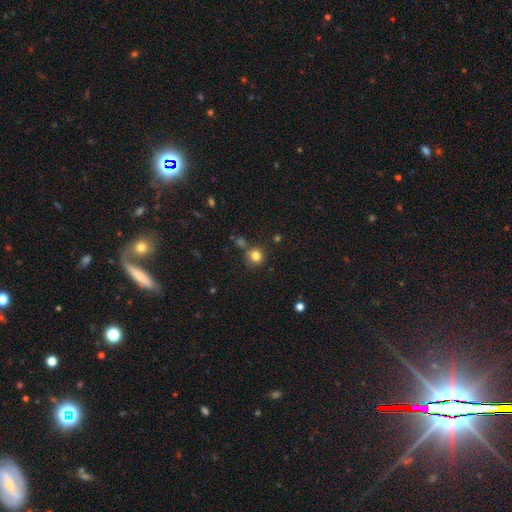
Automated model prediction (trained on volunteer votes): smooth 81%, star or artifact 13%, featured or disk 6%. Down the decision tree: how rounded — round (88%); merging — none (75%).